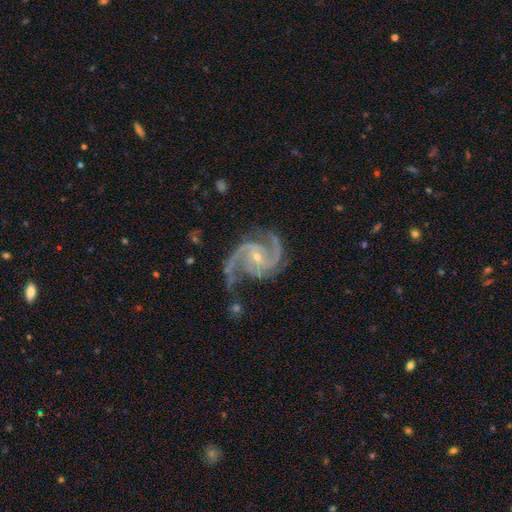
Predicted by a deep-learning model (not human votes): This appears to be a featured or disk galaxy (93%) with no bar (52%), 2 (81%) medium (61%) spiral arms (99%) and a small central bulge (72%). Merging: none (67%).